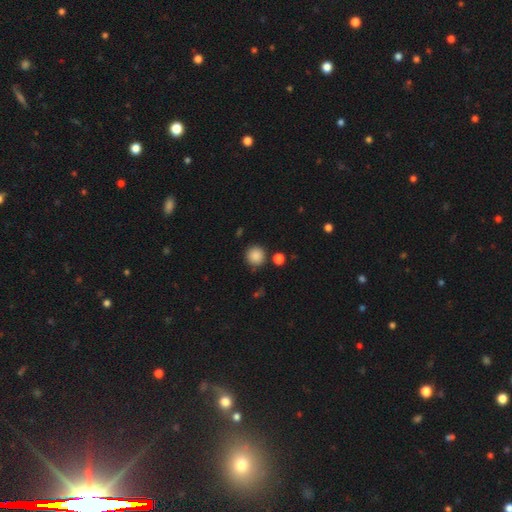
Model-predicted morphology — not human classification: This appears to be a smooth galaxy with no disk features (88%) that is round (93%). Merging: none (85%).